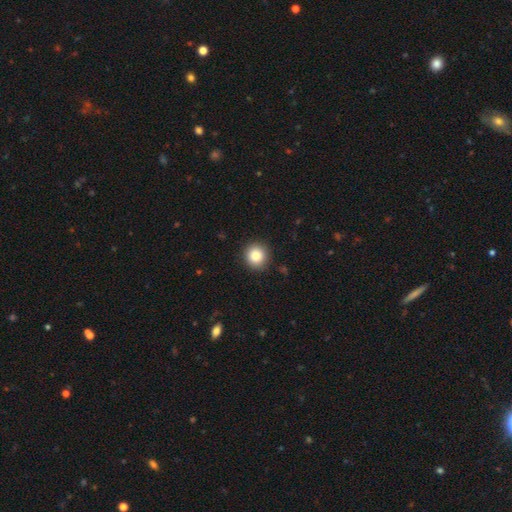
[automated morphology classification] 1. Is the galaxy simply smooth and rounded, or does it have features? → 85% smooth, 10% star or artifact, 6% featured or disk.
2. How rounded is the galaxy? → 91% round, 9% in between, 1% cigar-shaped.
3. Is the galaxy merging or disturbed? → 90% none, 7% minor disturbance, 2% major disturbance, 1% merger.